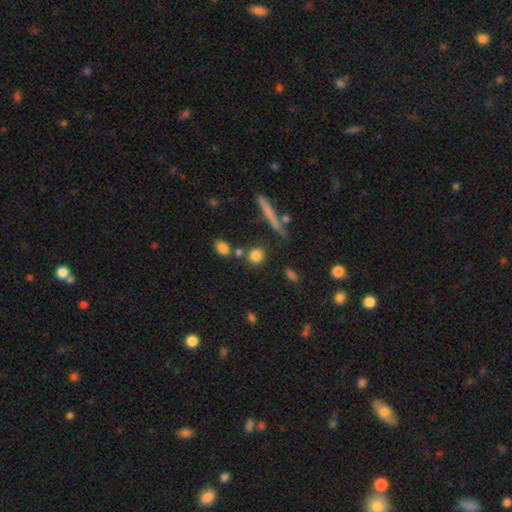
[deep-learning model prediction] Smooth or featured? smooth (79%)
How rounded? round (79%)
Merging? none (75%)